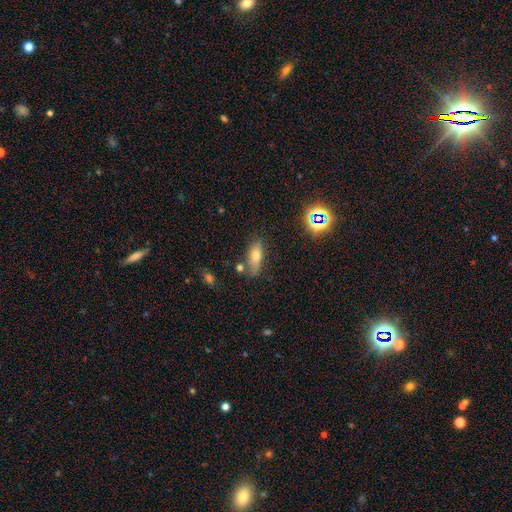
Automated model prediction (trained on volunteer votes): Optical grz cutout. It shows a smooth galaxy with no disk features (65%) that is in between round and cigar-shaped (68%). Merging: none (67%).